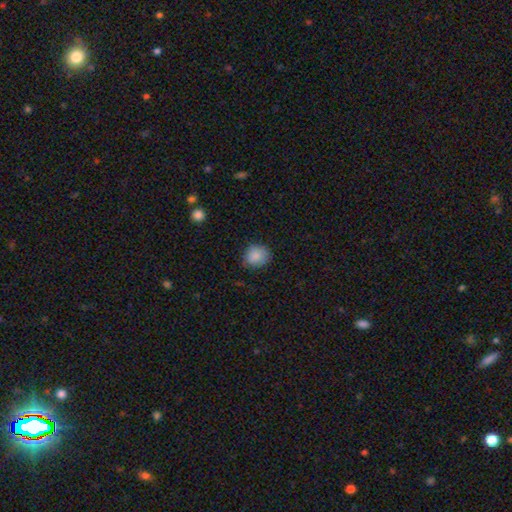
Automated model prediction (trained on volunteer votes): A smooth galaxy with no disk features (87%) that is round (74%).

Vote fractions:
- Smooth or featured? smooth: 87% / star or artifact: 8% / featured or disk: 5%
- How rounded? round: 74% / in between: 26% / cigar-shaped: 1%
- Merging? none: 81% / minor disturbance: 15% / major disturbance: 3% / merger: 1%